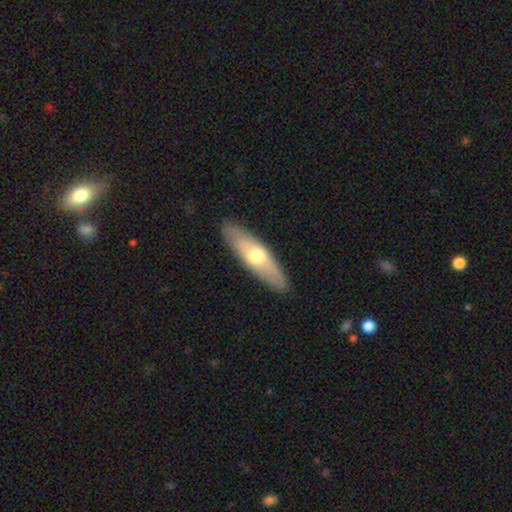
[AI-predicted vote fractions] A smooth galaxy with no disk features (51%) that is cigar-shaped (57%).

Vote fractions:
- Smooth or featured? smooth: 51% / featured or disk: 44% / star or artifact: 5%
- How rounded? cigar-shaped: 57% / in between: 41% / round: 2%
- Merging? none: 89% / minor disturbance: 8% / major disturbance: 2% / merger: 1%